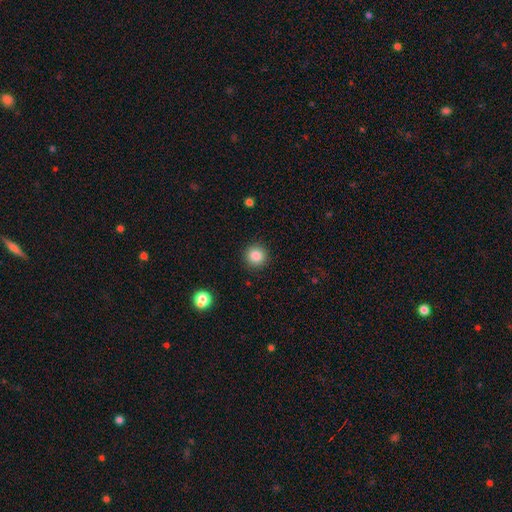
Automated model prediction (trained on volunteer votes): The model was most divided on "smooth or featured": smooth: 86%, star or artifact: 10%, featured or disk: 4%. More confident: how rounded — round (94%); merging — none (91%).